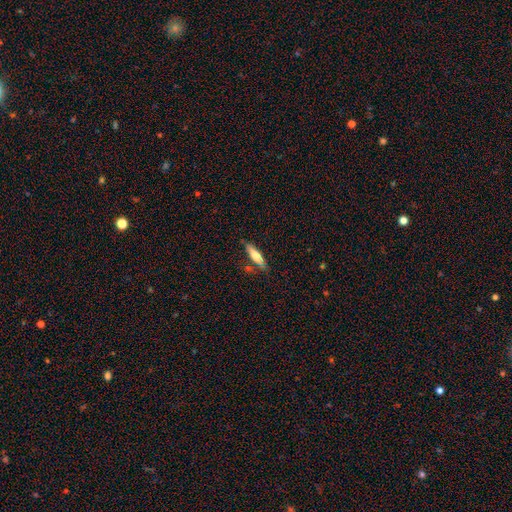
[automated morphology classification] A smooth galaxy with no disk features (68%) that is cigar-shaped (65%). Merging: none (73%).